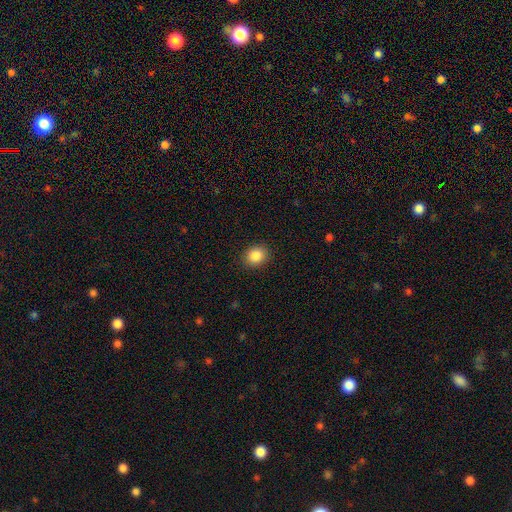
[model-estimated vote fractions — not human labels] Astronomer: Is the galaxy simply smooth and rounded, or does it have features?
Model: smooth — 87%.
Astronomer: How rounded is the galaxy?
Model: round — 66%.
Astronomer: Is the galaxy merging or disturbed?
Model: none — 90%.